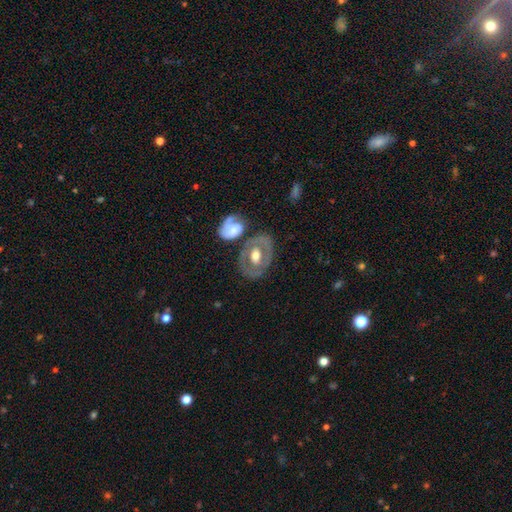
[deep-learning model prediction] A featured or disk galaxy (61%) with no bar (60%), no spiral arms (67%) and a moderate central bulge (66%).

Vote fractions:
- Smooth or featured? featured or disk: 61% / smooth: 33% / star or artifact: 6%
- Edge-on disk? no: 93% / yes: 7%
- Bar? no: 60% / weak: 26% / strong: 14%
- Spiral arms? no: 67% / yes: 33%
- Bulge size? moderate: 66% / large: 21% / small: 9% / dominant: 2% / none: 2%
- Merging? none: 67% / minor disturbance: 15% / merger: 11% / major disturbance: 8%